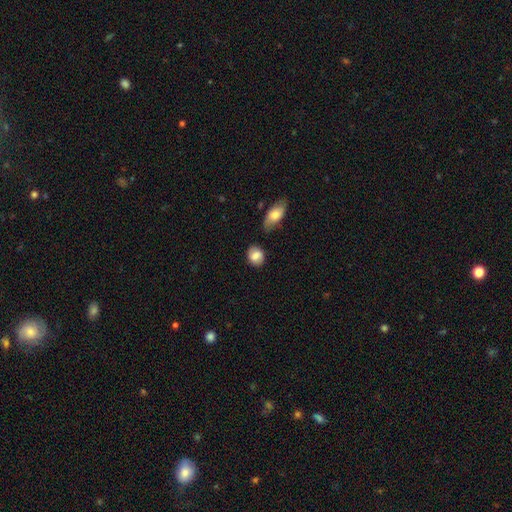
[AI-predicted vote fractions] Smooth or featured? smooth (80%)
How rounded? in between (53%)
Merging? none (72%)